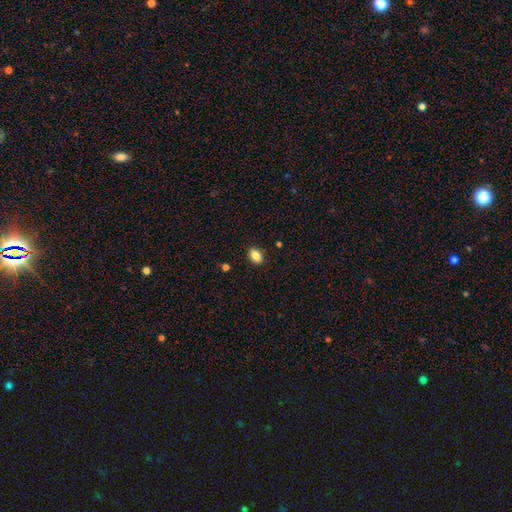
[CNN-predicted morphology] Smooth or featured? Predicted: smooth (p=0.85). How rounded? Predicted: in between (p=0.79). Merging? Predicted: none (p=0.89).